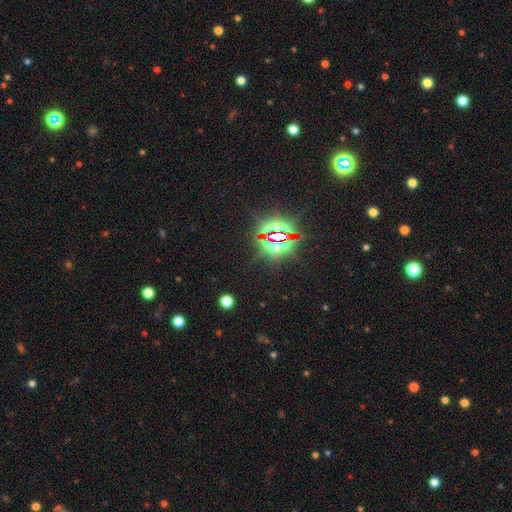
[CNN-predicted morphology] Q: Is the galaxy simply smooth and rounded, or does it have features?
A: star or artifact — 84%.